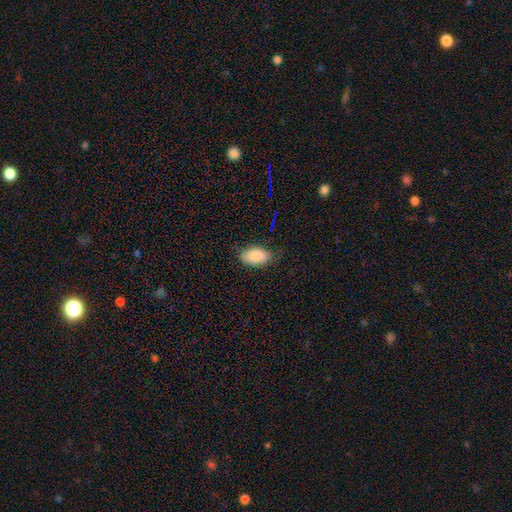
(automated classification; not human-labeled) smooth 85%, featured or disk 8%, star or artifact 7%. Down the decision tree: how rounded — in between (94%); merging — none (74%).